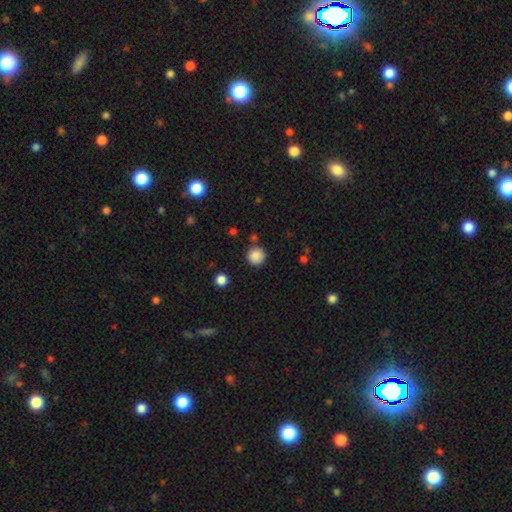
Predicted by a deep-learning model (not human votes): The model was most divided on "smooth or featured": smooth: 87%, star or artifact: 10%, featured or disk: 3%. More confident: how rounded — round (94%); merging — none (86%).